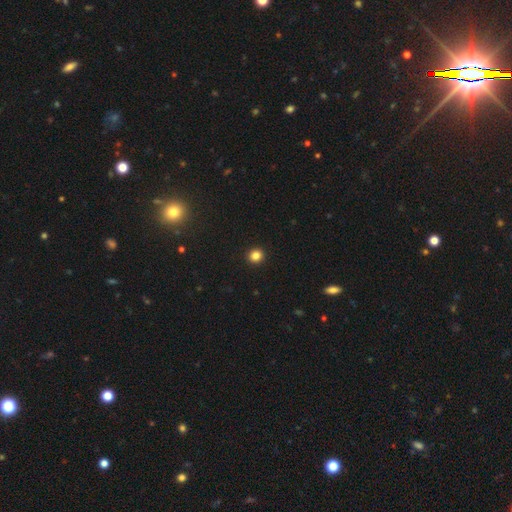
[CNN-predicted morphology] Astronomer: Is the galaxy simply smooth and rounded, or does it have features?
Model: smooth — 84%.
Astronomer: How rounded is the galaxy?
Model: round — 91%.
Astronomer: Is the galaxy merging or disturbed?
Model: none — 94%.